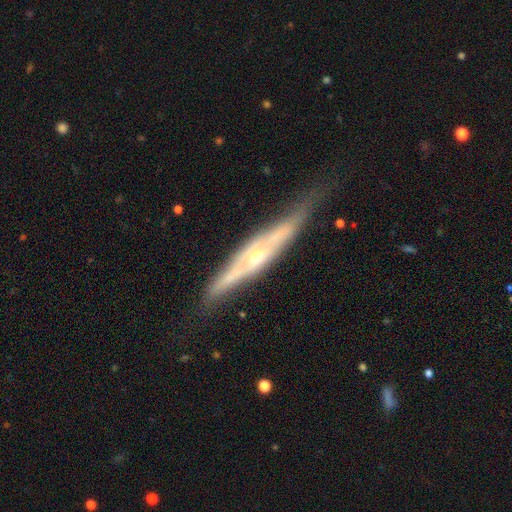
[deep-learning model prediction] Smooth or featured: featured or disk — 78% (smooth — 16%)
Edge-on disk: yes — 85% (no — 15%)
Edge-on bulge: rounded — 67% (none — 17%)
Merging: none — 71% (minor disturbance — 21%)